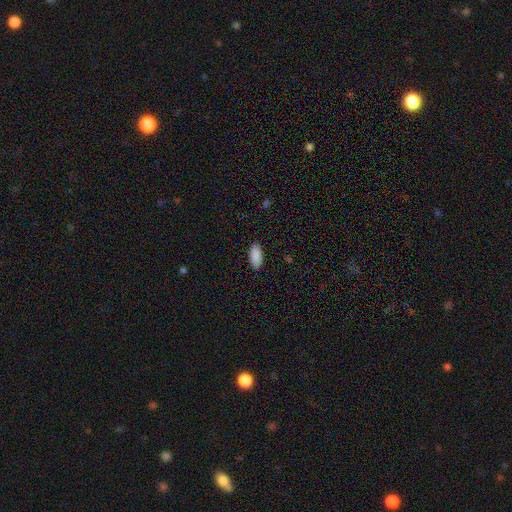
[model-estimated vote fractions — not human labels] smooth-or-featured: smooth: 91% | star or artifact: 6% | featured or disk: 3%
  how-rounded: in between: 90% | cigar-shaped: 8% | round: 2%
  merging: none: 90% | minor disturbance: 7% | major disturbance: 2% | merger: 1%